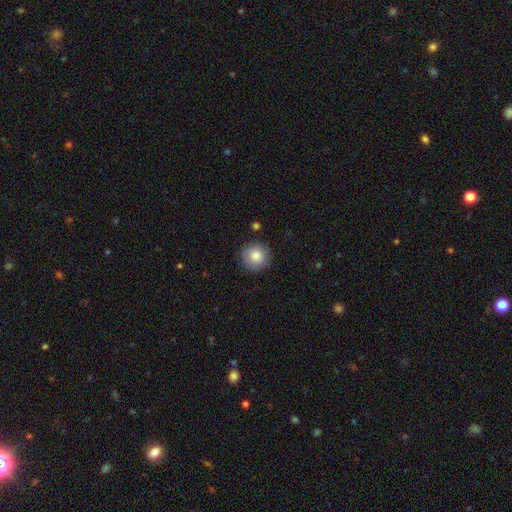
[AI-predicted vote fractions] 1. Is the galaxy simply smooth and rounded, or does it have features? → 84% smooth, 8% star or artifact, 8% featured or disk.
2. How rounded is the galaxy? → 94% round, 5% in between, 1% cigar-shaped.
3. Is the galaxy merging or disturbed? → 89% none, 8% minor disturbance, 2% major disturbance, 2% merger.